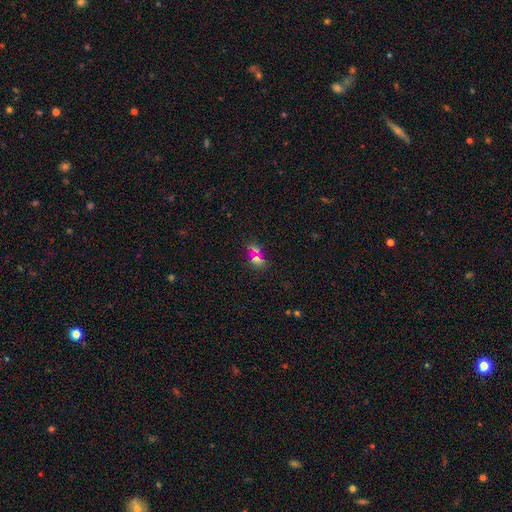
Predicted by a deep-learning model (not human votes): Q: Smooth or featured?
A: smooth (55%); runner-up: star or artifact (28%)
Q: How rounded?
A: in between (63%); runner-up: round (30%)
Q: Merging?
A: none (64%); runner-up: merger (17%)